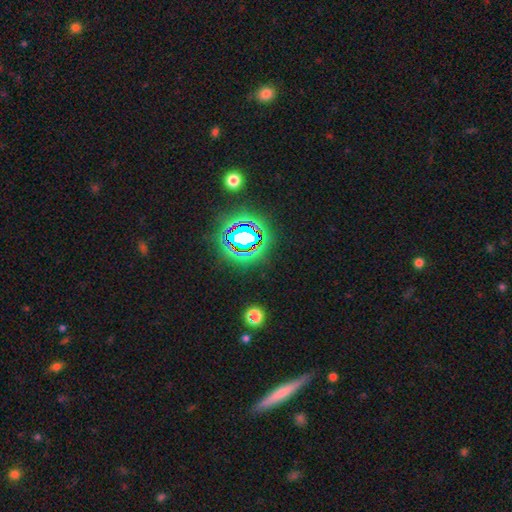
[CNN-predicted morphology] star or artifact 73%, smooth 15%, featured or disk 12%.